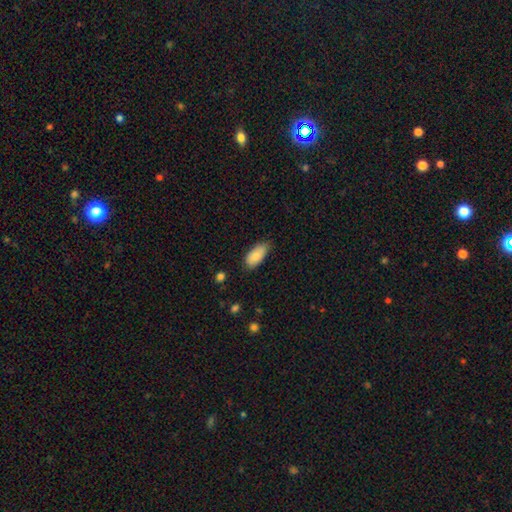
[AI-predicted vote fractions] smooth_or_featured: smooth (p=0.87) [alt: featured or disk p=0.07]
how_rounded: in between (p=0.93) [alt: cigar-shaped p=0.05]
merging: none (p=0.73) [alt: minor disturbance p=0.22]